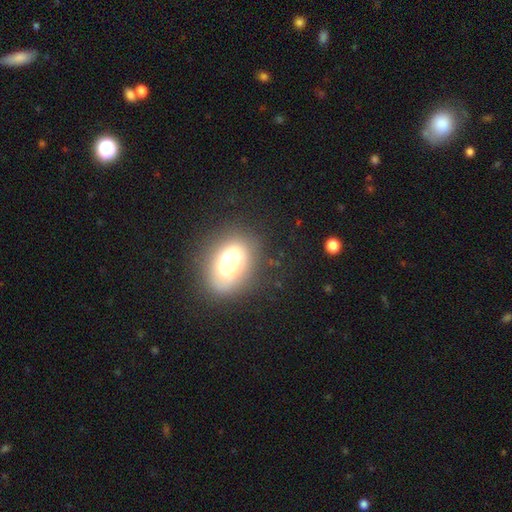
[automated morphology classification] This is likely a smooth galaxy (67%). How rounded: clearly in between (83%). Merging: likely none (73%).